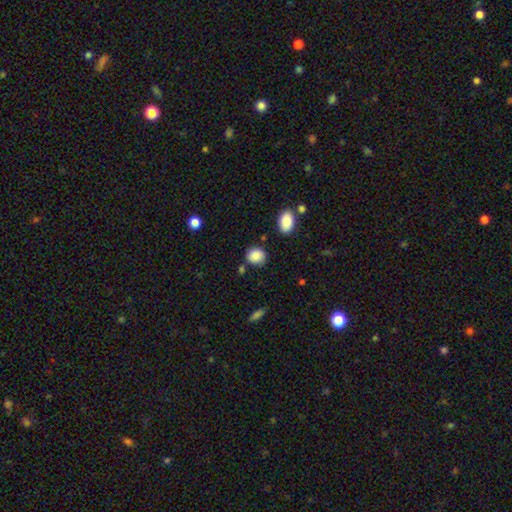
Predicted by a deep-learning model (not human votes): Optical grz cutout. It shows a smooth galaxy with no disk features (88%) that is round (73%). Merging: none (79%).